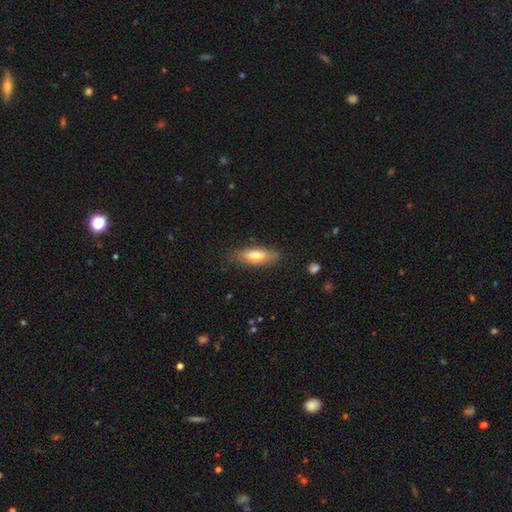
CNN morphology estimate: Smooth or featured? smooth (70%)
How rounded? in between (56%)
Merging? none (81%)